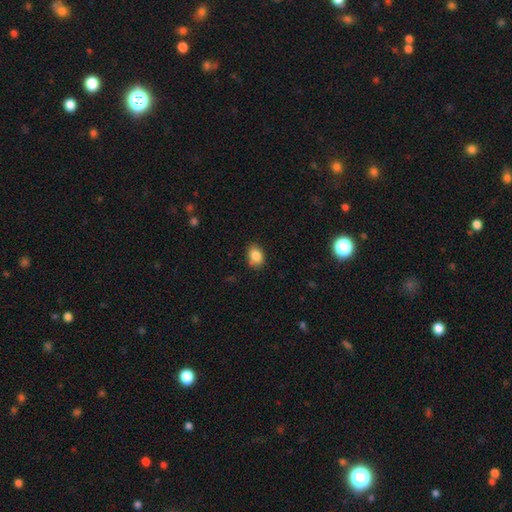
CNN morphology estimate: The model was most divided on "how rounded": in between: 75%, round: 24%, cigar-shaped: 1%. More confident: smooth or featured — smooth (86%); merging — none (77%).